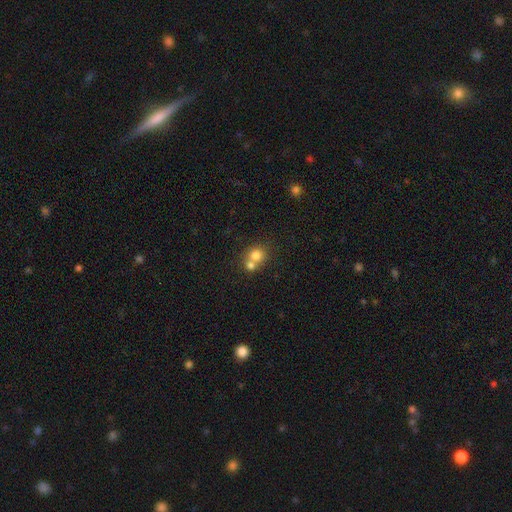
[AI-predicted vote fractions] smooth_or_featured: smooth (p=0.77) [alt: featured or disk p=0.12]
how_rounded: round (p=0.82) [alt: in between p=0.17]
merging: merger (p=0.55) [alt: none p=0.37]